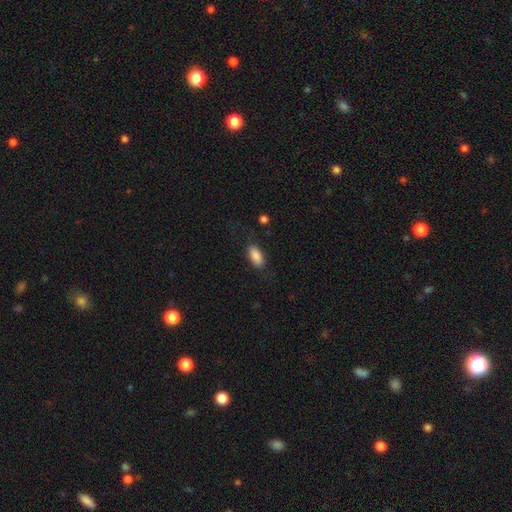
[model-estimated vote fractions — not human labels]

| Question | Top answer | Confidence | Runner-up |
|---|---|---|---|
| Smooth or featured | smooth | 86% | featured or disk (7%) |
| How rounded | in between | 90% | cigar-shaped (7%) |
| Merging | none | 75% | minor disturbance (16%) |